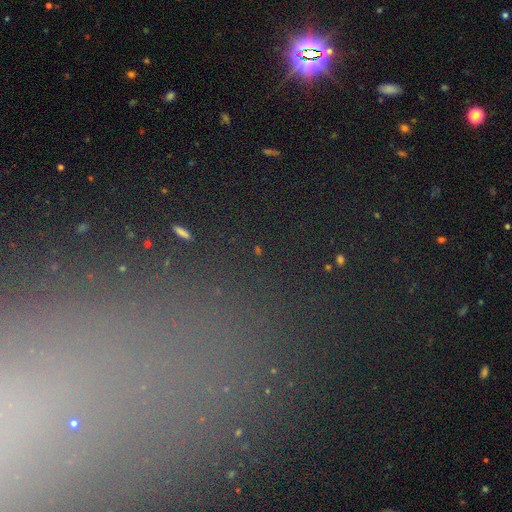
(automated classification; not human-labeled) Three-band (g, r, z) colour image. It shows a star or artifact, not a galaxy (65%).